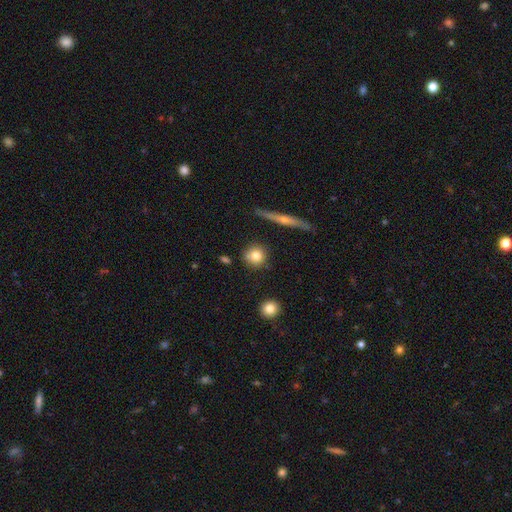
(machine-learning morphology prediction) smooth-or-featured: smooth: 80% | featured or disk: 11% | star or artifact: 9%
  how-rounded: round: 90% | in between: 8% | cigar-shaped: 2%
  merging: none: 84% | minor disturbance: 10% | merger: 4% | major disturbance: 3%